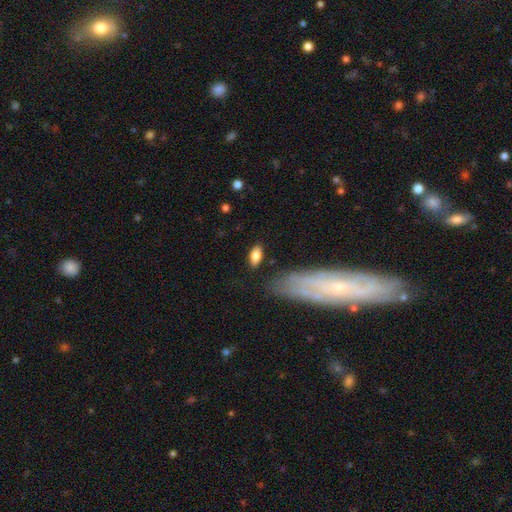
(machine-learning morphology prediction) Smooth or featured: smooth — 78% (featured or disk — 15%)
How rounded: in between — 86% (cigar-shaped — 10%)
Merging: none — 81% (minor disturbance — 12%)